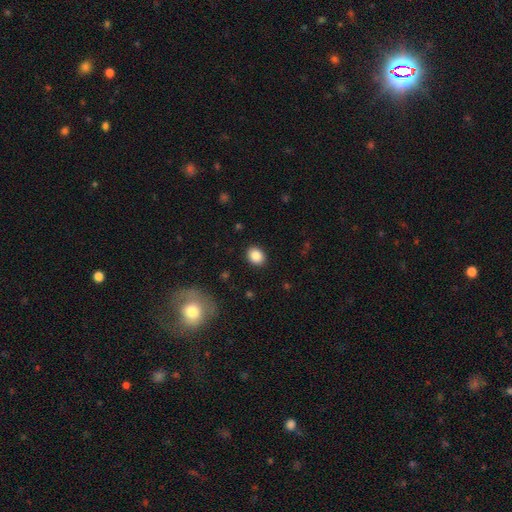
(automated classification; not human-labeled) Smooth or featured: smooth — 87% (star or artifact — 9%)
How rounded: in between — 54% (round — 45%)
Merging: none — 90% (minor disturbance — 7%)